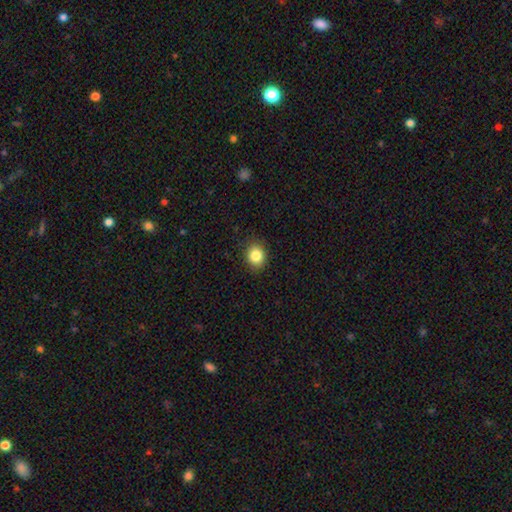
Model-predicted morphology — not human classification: smooth 85%, star or artifact 10%, featured or disk 6%. Down the decision tree: how rounded — round (65%); merging — none (88%).